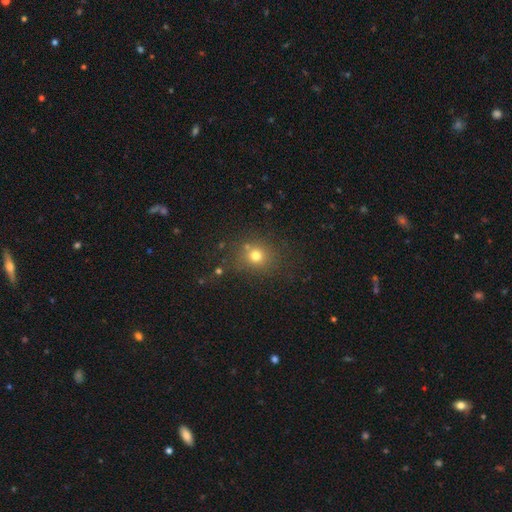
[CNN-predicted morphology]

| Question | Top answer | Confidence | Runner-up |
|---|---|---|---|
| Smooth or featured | smooth | 73% | star or artifact (18%) |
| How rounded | round | 83% | in between (16%) |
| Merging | none | 76% | minor disturbance (12%) |